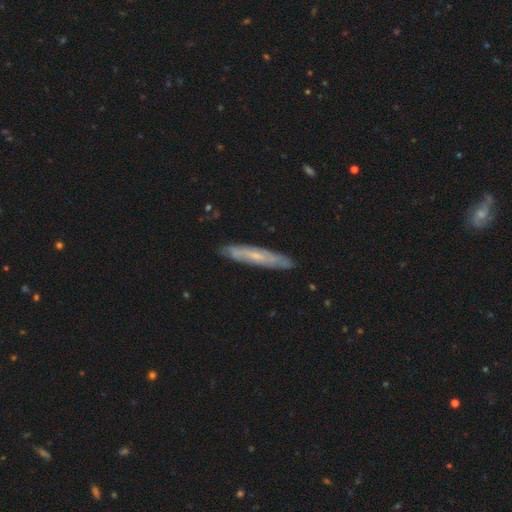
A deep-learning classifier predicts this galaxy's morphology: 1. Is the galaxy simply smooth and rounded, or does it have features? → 57% featured or disk, 37% smooth, 6% star or artifact.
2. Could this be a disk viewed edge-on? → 63% yes, 37% no.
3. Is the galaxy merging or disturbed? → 85% none, 11% minor disturbance, 2% major disturbance, 1% merger.